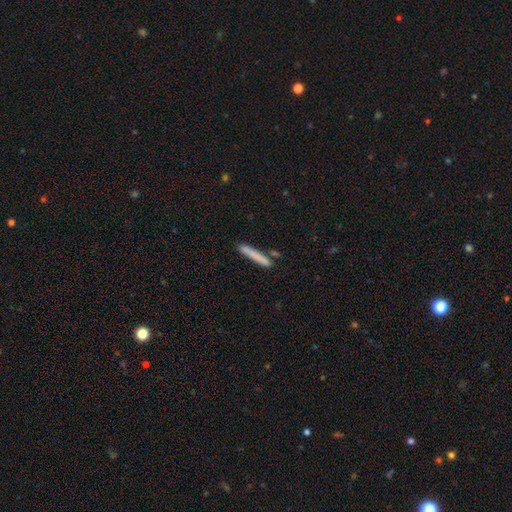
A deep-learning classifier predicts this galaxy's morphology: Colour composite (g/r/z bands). It shows a smooth galaxy with no disk features (77%) that is cigar-shaped (95%). Merging: none (79%).